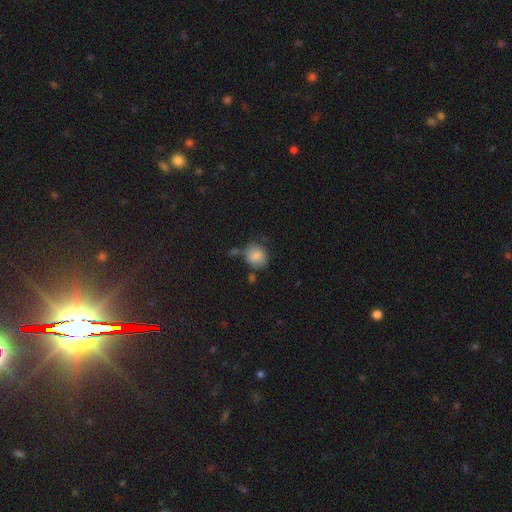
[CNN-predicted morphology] A smooth galaxy with no disk features (84%) that is round (80%). Merging: none (63%).